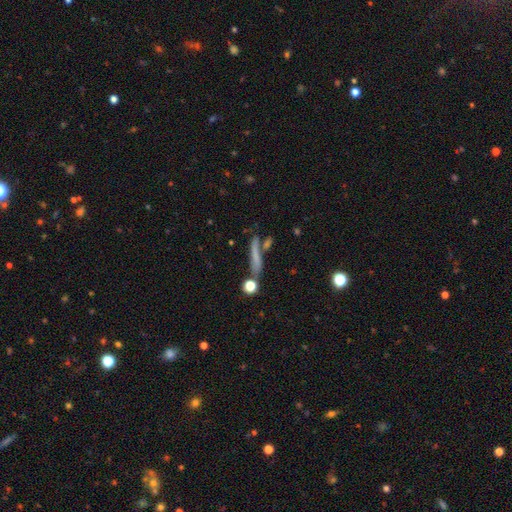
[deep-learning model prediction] Overall: smooth (59%; featured or disk 29%). How rounded: cigar-shaped (83%). Merging: none (59%).